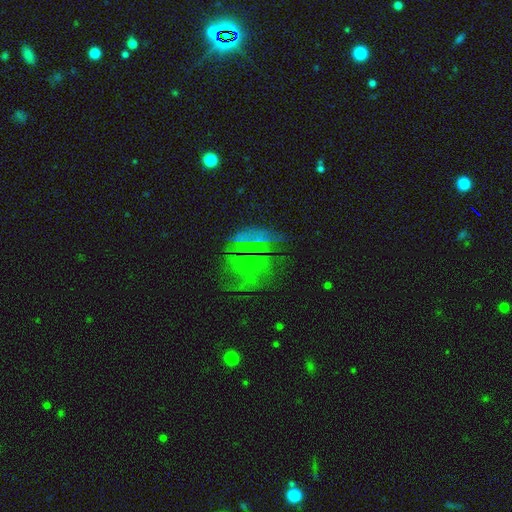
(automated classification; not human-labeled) Overall: featured or disk (41%; star or artifact 33%). Merging: none (47%; major disturbance 30%).